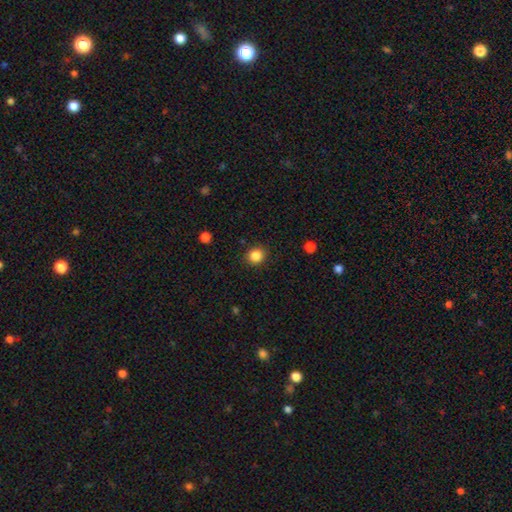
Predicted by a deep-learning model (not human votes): Smooth or featured? Predicted: smooth (p=0.85). How rounded? Predicted: round (p=0.78). Merging? Predicted: none (p=0.89).